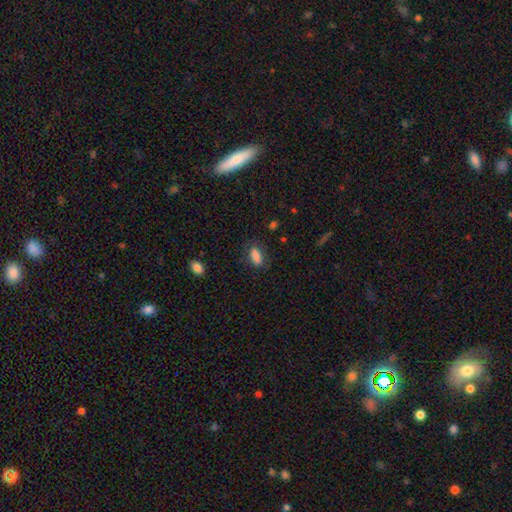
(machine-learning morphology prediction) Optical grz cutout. It shows a smooth galaxy with no disk features (84%) that is in between round and cigar-shaped (79%). Merging: none (71%).